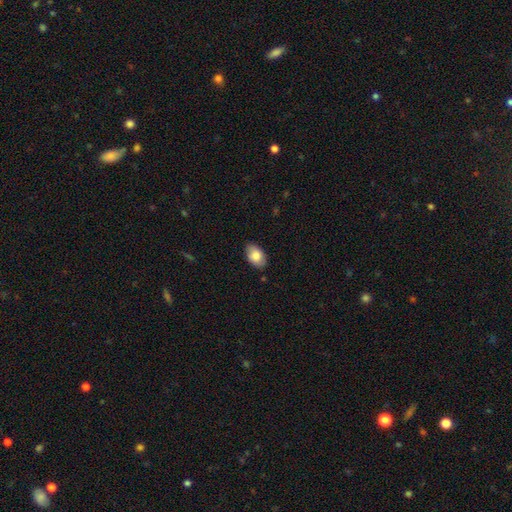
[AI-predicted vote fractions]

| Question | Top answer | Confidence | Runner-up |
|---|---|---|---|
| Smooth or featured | smooth | 83% | featured or disk (11%) |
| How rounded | in between | 90% | round (8%) |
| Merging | none | 84% | minor disturbance (13%) |